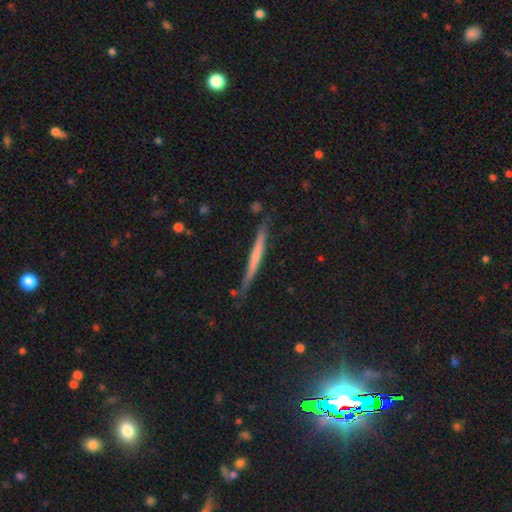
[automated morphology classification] Smooth or featured: featured or disk — 51% (smooth — 43%)
Edge-on disk: yes — 96% (no — 4%)
Merging: none — 81% (minor disturbance — 14%)